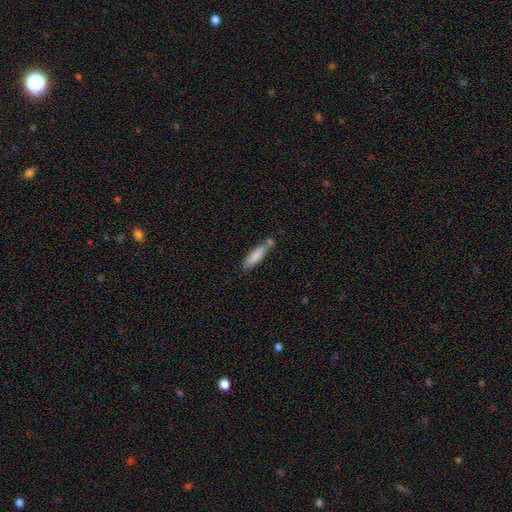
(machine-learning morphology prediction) Q: Smooth or featured?
A: smooth (81%); runner-up: featured or disk (13%)
Q: How rounded?
A: cigar-shaped (74%); runner-up: in between (25%)
Q: Merging?
A: none (55%); runner-up: minor disturbance (21%)